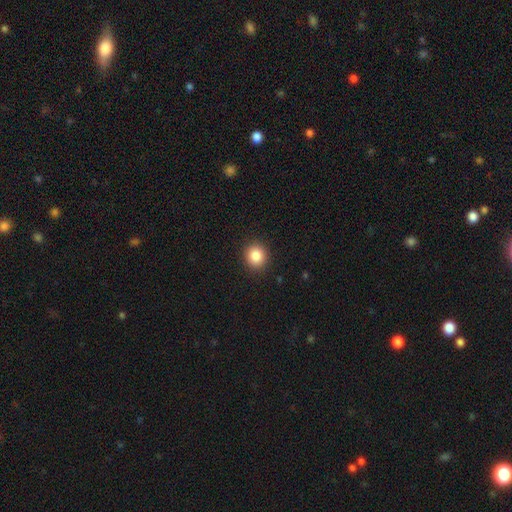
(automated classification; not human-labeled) Q: Smooth or featured?
A: smooth (86%); runner-up: star or artifact (10%)
Q: How rounded?
A: round (86%); runner-up: in between (13%)
Q: Merging?
A: none (91%); runner-up: minor disturbance (6%)